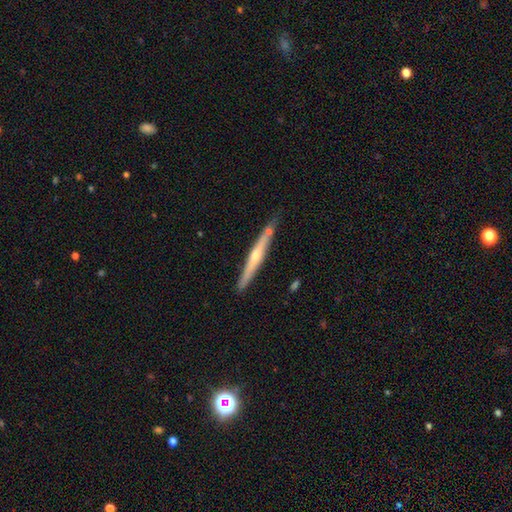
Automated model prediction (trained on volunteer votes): Smooth or featured: featured or disk — 64% (smooth — 31%)
Edge-on disk: yes — 96% (no — 4%)
Edge-on bulge: rounded — 70% (none — 25%)
Merging: none — 79% (minor disturbance — 13%)